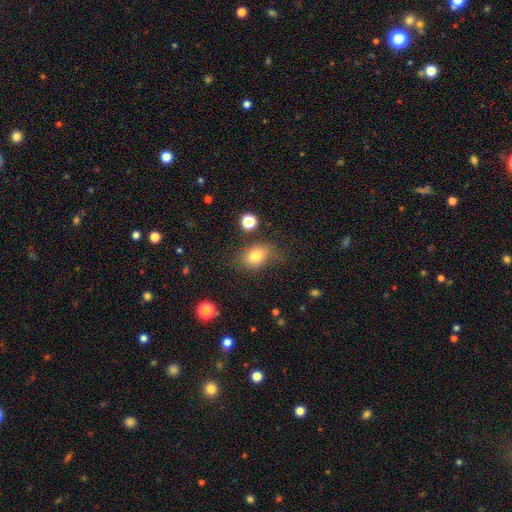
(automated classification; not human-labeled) The model was most divided on "how rounded": in between: 69%, round: 30%, cigar-shaped: 1%. More confident: smooth or featured — smooth (78%); merging — none (69%).